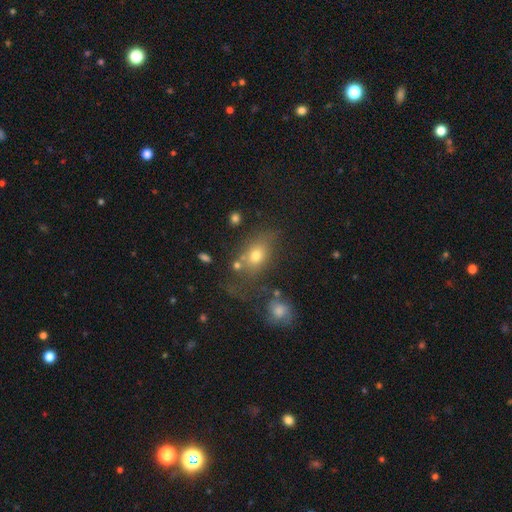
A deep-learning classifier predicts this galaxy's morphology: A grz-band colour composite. It shows a smooth galaxy with no disk features (66%) that is in between round and cigar-shaped (70%). Merging: none (55%).